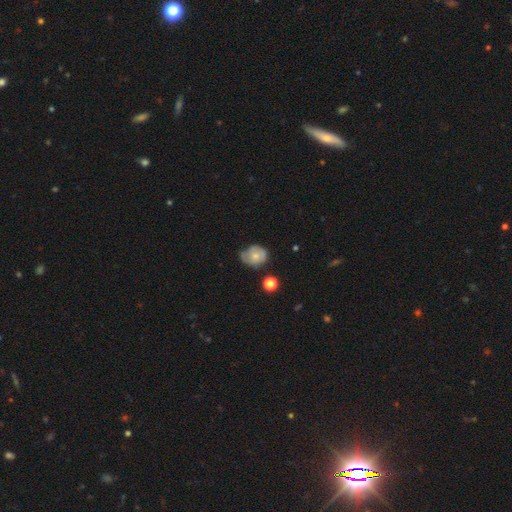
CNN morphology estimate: A smooth galaxy with no disk features (58%) that is round (57%). Merging: none (49%).